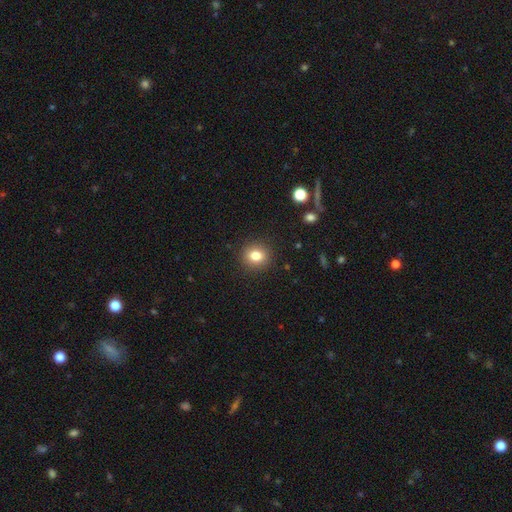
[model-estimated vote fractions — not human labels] Smooth or featured: smooth — 82% (star or artifact — 11%)
How rounded: round — 77% (in between — 22%)
Merging: none — 90% (minor disturbance — 7%)